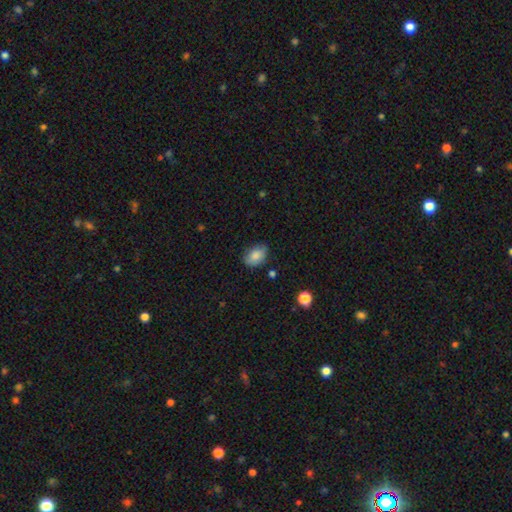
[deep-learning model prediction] Morphology: type=smooth (83%); roundness=in between (80%); merging=none (74%).